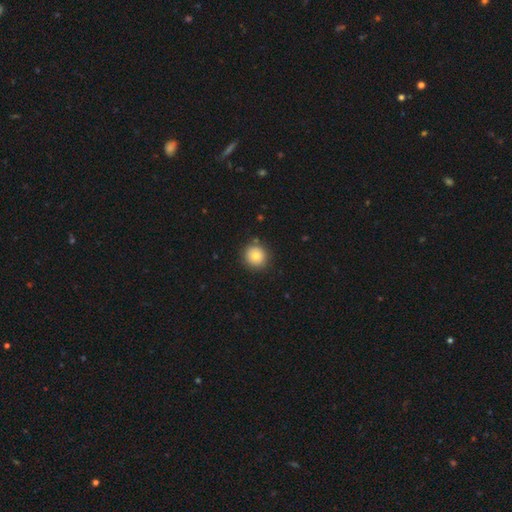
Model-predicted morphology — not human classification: Q: Smooth or featured?
A: smooth (79%); runner-up: featured or disk (11%)
Q: How rounded?
A: round (92%); runner-up: in between (7%)
Q: Merging?
A: none (87%); runner-up: minor disturbance (8%)